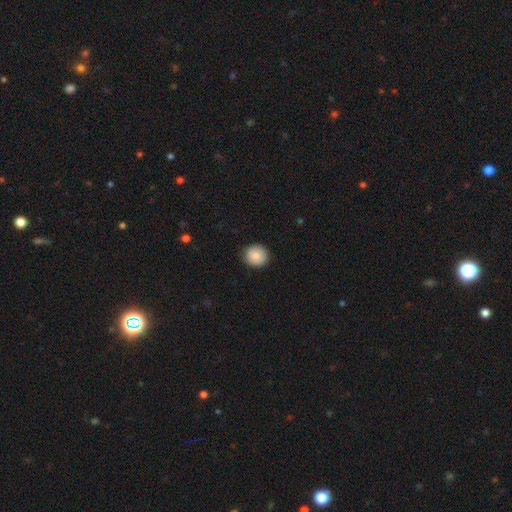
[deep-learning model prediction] Morphology: type=smooth (85%); roundness=round (85%); merging=none (88%).